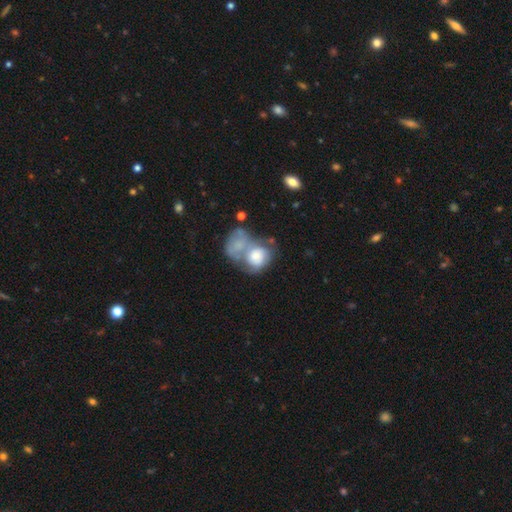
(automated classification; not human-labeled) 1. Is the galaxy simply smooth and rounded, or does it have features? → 58% smooth, 34% featured or disk, 8% star or artifact.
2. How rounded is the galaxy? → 52% in between, 47% round, 1% cigar-shaped.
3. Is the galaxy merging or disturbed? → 61% merger, 15% none, 14% major disturbance, 10% minor disturbance.